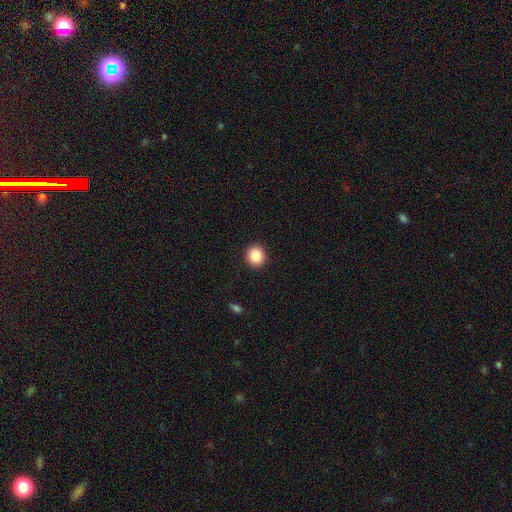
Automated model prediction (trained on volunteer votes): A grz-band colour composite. It shows a smooth galaxy with no disk features (86%) that is round (88%). Merging: none (92%).